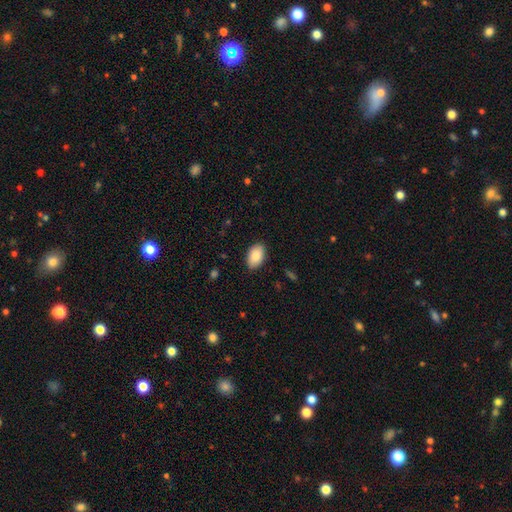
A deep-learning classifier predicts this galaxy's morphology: smooth-or-featured: smooth: 89% | star or artifact: 6% | featured or disk: 5%
  how-rounded: in between: 91% | round: 7% | cigar-shaped: 1%
  merging: none: 87% | minor disturbance: 10% | major disturbance: 2% | merger: 1%